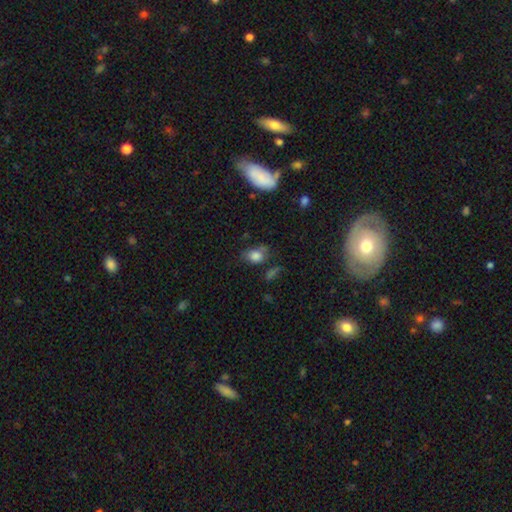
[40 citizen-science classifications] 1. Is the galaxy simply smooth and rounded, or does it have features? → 88% smooth, 8% star or artifact, 5% featured or disk.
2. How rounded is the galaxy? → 60% in between, 40% round, 0% cigar-shaped.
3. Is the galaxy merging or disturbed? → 54% none, 27% minor disturbance, 16% major disturbance, 3% merger.